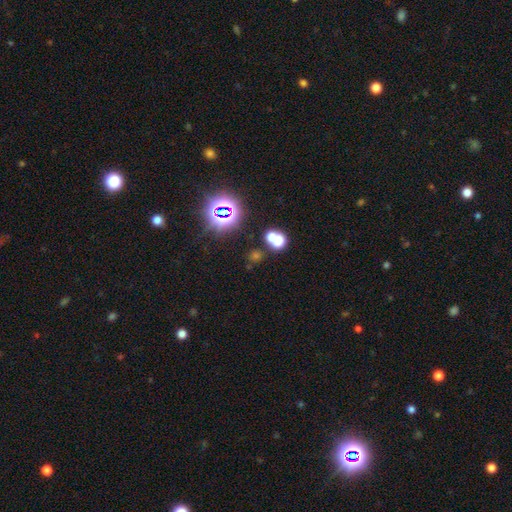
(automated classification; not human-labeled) Smooth or featured?
  - star or artifact: 50% *
  - smooth: 42%
  - featured or disk: 8%